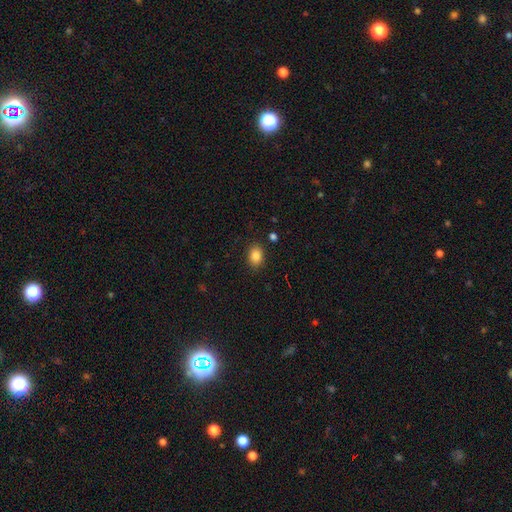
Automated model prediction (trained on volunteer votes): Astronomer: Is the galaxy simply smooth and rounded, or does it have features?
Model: smooth — 86%.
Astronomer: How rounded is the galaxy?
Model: in between — 72%.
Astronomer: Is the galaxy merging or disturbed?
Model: none — 86%.